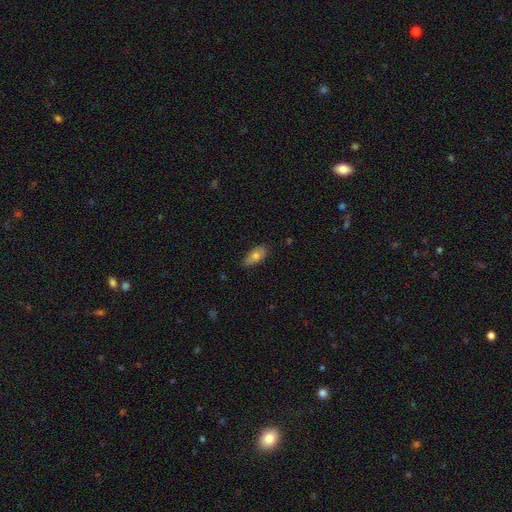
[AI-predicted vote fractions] Smooth or featured? Predicted: smooth (p=0.76). How rounded? Predicted: in between (p=0.85). Merging? Predicted: none (p=0.80).